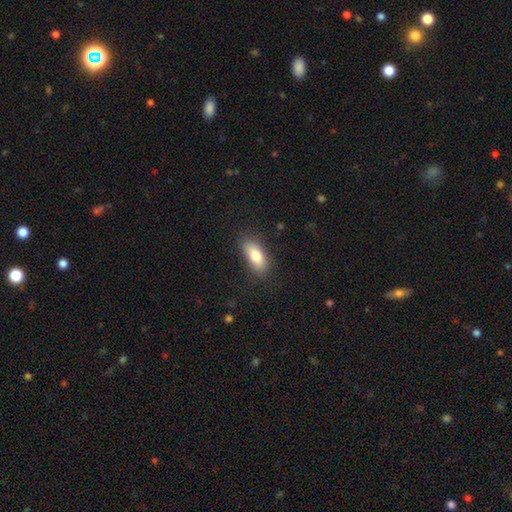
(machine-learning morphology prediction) Overall: smooth (78%). How rounded: in between (80%). Merging: none (79%).